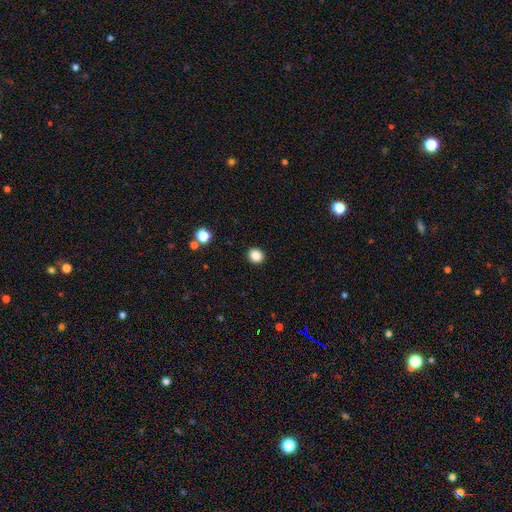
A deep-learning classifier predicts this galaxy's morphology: A smooth galaxy with no disk features (85%) that is round (81%).

Vote fractions:
- Smooth or featured? smooth: 85% / star or artifact: 11% / featured or disk: 4%
- How rounded? round: 81% / in between: 18% / cigar-shaped: 1%
- Merging? none: 92% / minor disturbance: 5% / major disturbance: 2% / merger: 1%